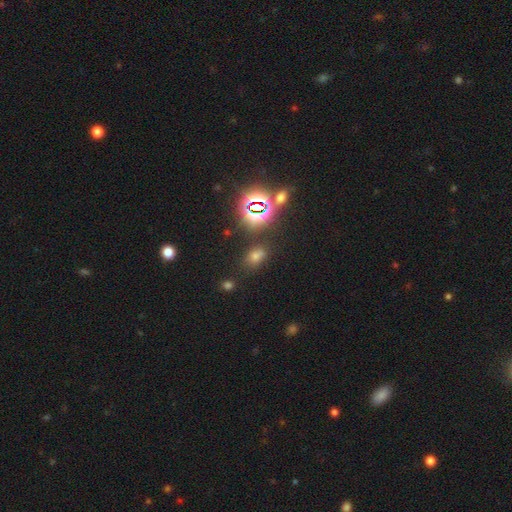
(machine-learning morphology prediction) Q: Smooth or featured?
A: smooth (47%); runner-up: star or artifact (45%)
Q: Merging?
A: none (79%); runner-up: minor disturbance (11%)